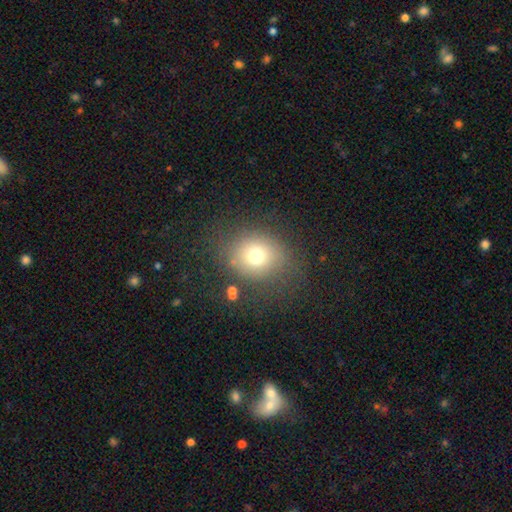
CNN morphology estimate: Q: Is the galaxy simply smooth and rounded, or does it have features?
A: smooth — 71%.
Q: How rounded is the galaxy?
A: round — 74%.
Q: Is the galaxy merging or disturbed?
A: none — 76%.